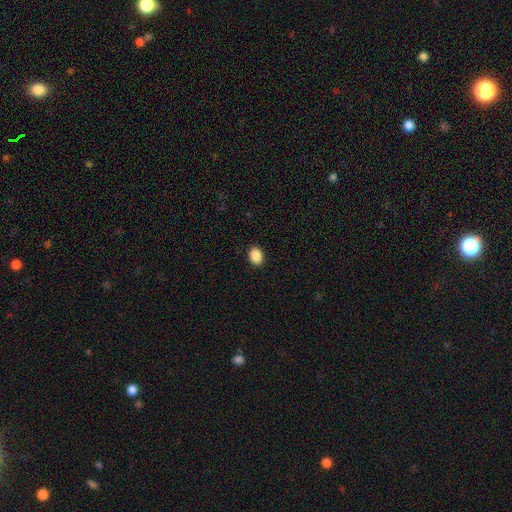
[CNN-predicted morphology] Smooth or featured?
  - smooth: 90% *
  - star or artifact: 8%
  - featured or disk: 3%
How rounded?
  - in between: 68% *
  - round: 31%
  - cigar-shaped: 1%
Merging?
  - none: 91% *
  - minor disturbance: 6%
  - major disturbance: 2%
  - merger: 1%